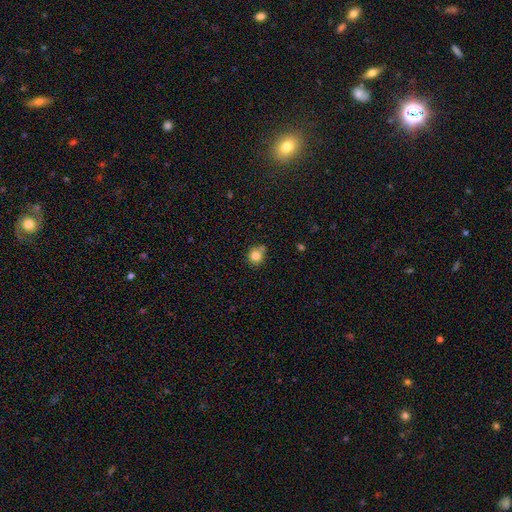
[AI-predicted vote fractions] Smooth or featured? smooth (82%)
How rounded? round (88%)
Merging? none (65%)